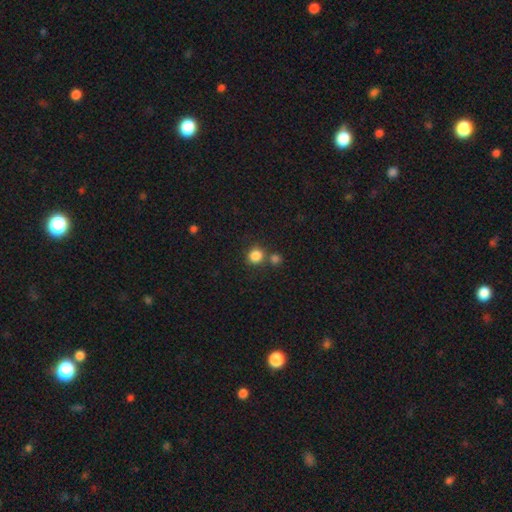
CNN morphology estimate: A smooth galaxy with no disk features (84%) that is round (87%). Merging: none (66%).